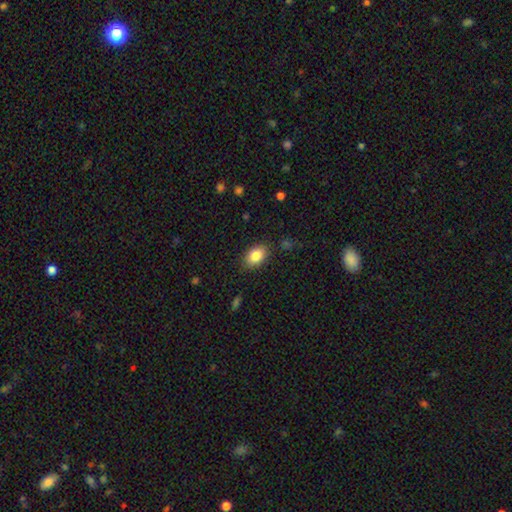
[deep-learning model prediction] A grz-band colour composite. It shows a smooth galaxy with no disk features (85%) that is in between round and cigar-shaped (85%). Merging: none (85%).